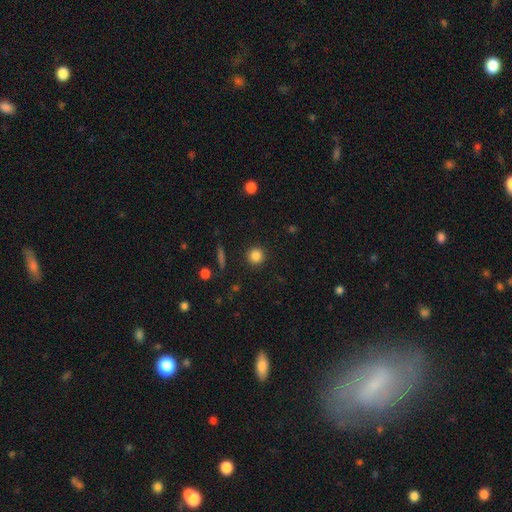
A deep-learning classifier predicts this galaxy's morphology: This appears to be a smooth galaxy with no disk features (85%) that is round (93%). Merging: none (91%).